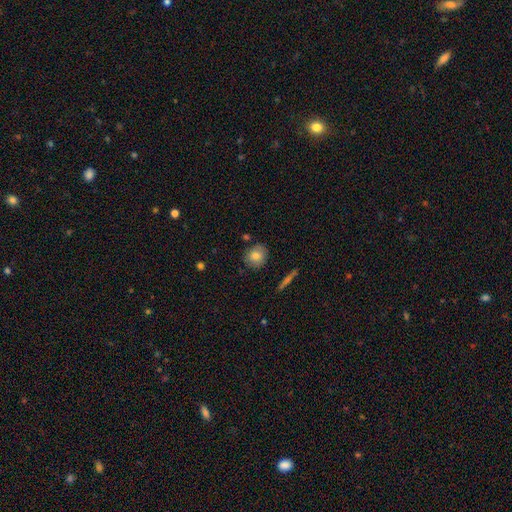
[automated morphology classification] smooth 78%, featured or disk 13%, star or artifact 9%. Down the decision tree: how rounded — round (77%); merging — none (82%).